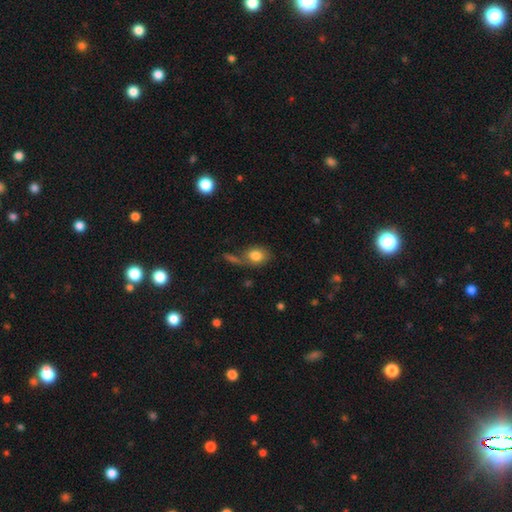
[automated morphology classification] smooth_or_featured: smooth (p=0.80) [alt: featured or disk p=0.11]
how_rounded: in between (p=0.66) [alt: round p=0.32]
merging: none (p=0.53) [alt: merger p=0.20]